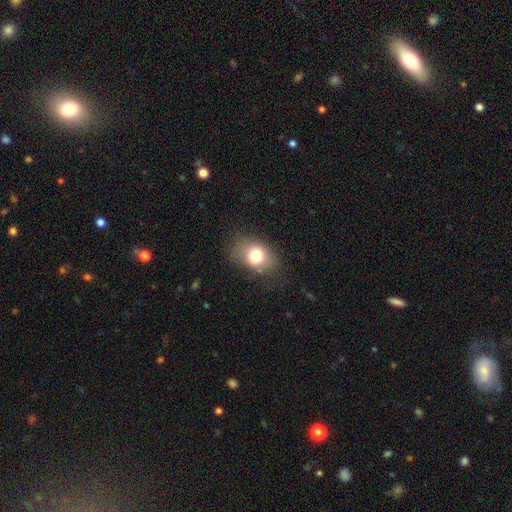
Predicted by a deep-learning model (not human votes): A smooth galaxy with no disk features (77%) that is in between round and cigar-shaped (72%).

Vote fractions:
- Smooth or featured? smooth: 77% / featured or disk: 14% / star or artifact: 9%
- How rounded? in between: 72% / round: 26% / cigar-shaped: 1%
- Merging? none: 68% / minor disturbance: 22% / major disturbance: 9% / merger: 1%